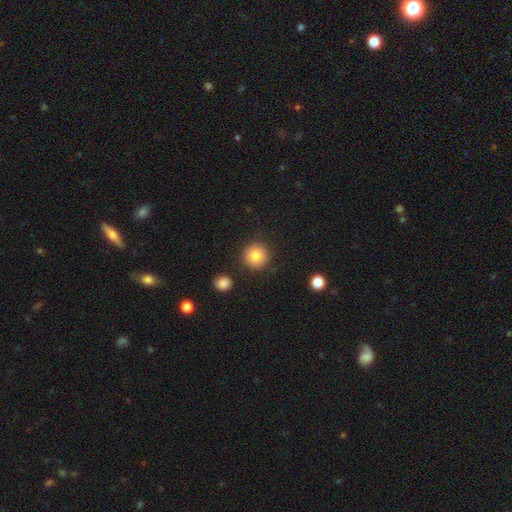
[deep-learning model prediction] This is clearly a smooth galaxy (83%). How rounded: clearly round (94%). Merging: clearly none (88%).